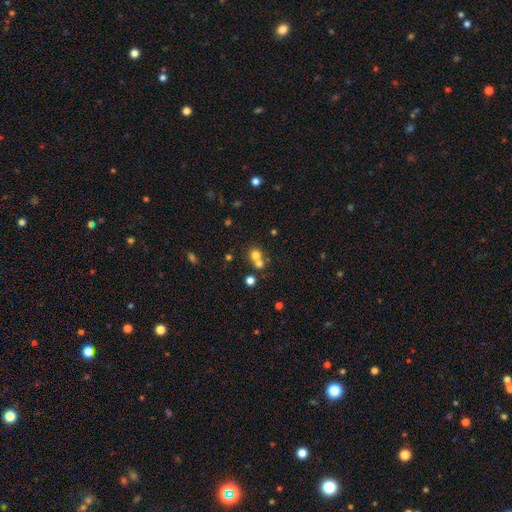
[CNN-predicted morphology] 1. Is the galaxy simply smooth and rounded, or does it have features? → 70% smooth, 16% star or artifact, 14% featured or disk.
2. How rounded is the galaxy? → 83% round, 16% in between, 1% cigar-shaped.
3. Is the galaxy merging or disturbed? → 50% merger, 41% none, 6% minor disturbance, 3% major disturbance.